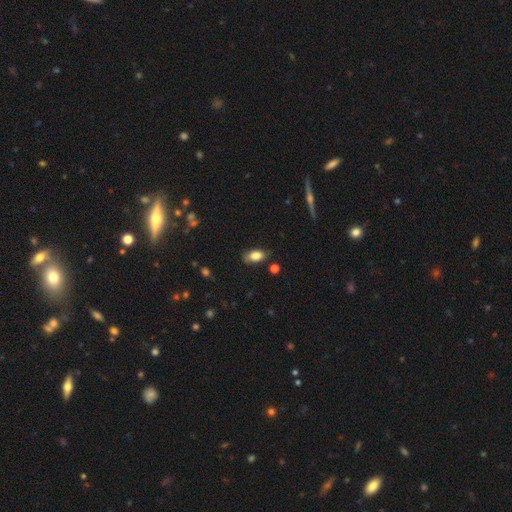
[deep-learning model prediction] Smooth or featured? smooth (82%)
How rounded? in between (91%)
Merging? none (74%)